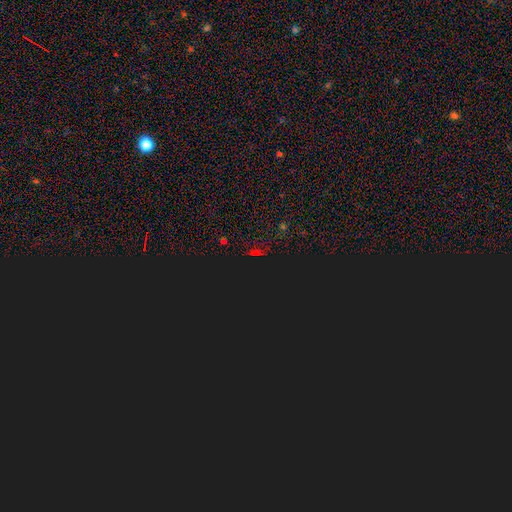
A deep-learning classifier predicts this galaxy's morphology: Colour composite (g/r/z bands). It shows a star or artifact, not a galaxy (77%).